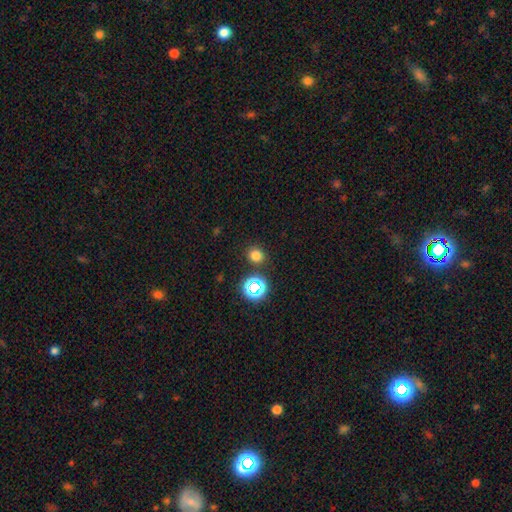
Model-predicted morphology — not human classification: Smooth or featured? Predicted: smooth (p=0.74). How rounded? Predicted: round (p=0.84). Merging? Predicted: none (p=0.86).